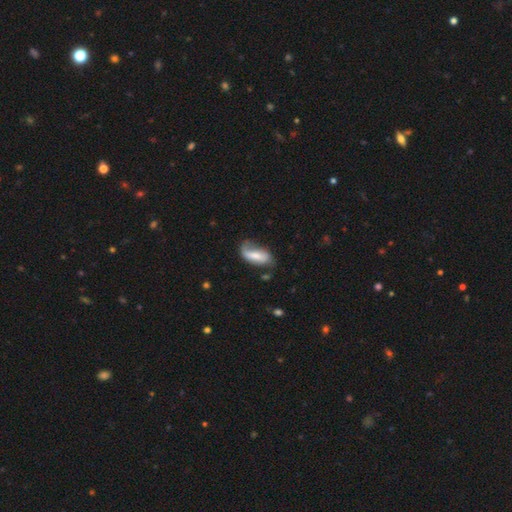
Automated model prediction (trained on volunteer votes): The model was most divided on "merging": none: 44%, minor disturbance: 34%, major disturbance: 18%, merger: 4%. More confident: how rounded — in between (85%); smooth or featured — smooth (58%).